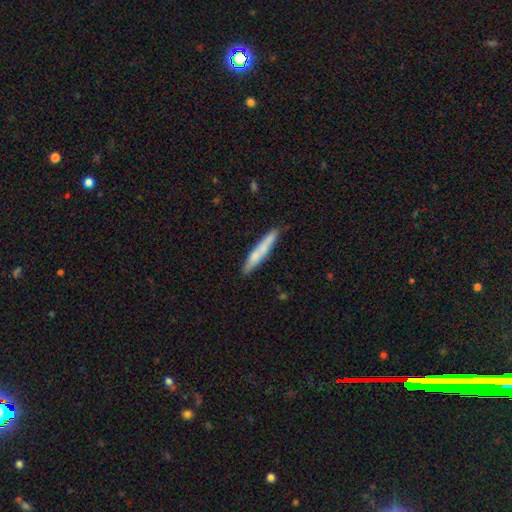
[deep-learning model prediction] This appears to be a smooth galaxy with no disk features (68%) that is cigar-shaped (93%). Merging: none (82%).